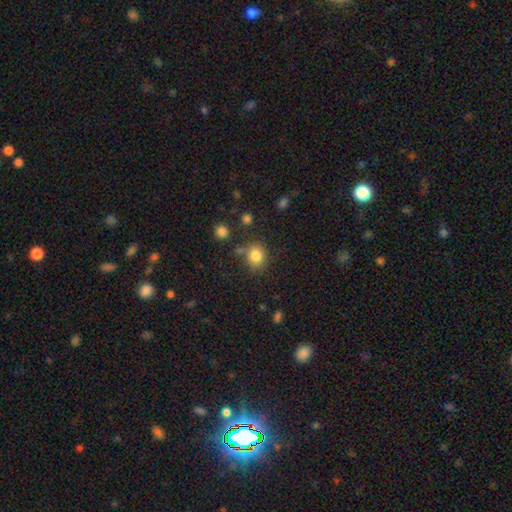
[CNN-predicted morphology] Smooth or featured? smooth (83%)
How rounded? round (70%)
Merging? none (73%)